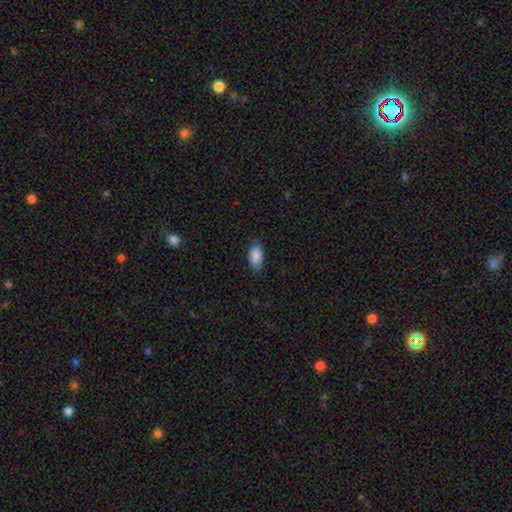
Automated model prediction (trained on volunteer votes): Overall: smooth (88%). How rounded: in between (92%). Merging: none (82%).